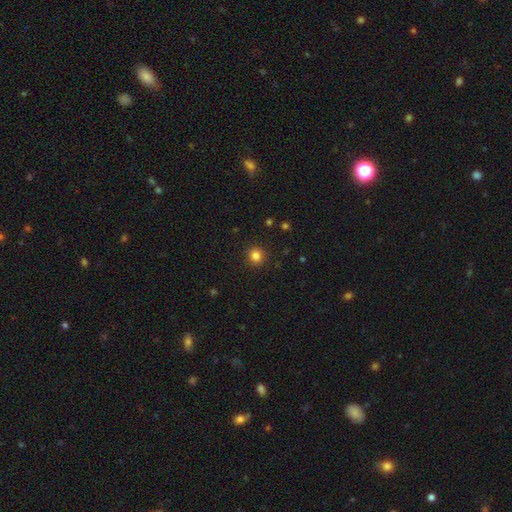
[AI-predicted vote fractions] smooth-or-featured: smooth: 83% | star or artifact: 12% | featured or disk: 4%
  how-rounded: round: 91% | in between: 8% | cigar-shaped: 1%
  merging: none: 91% | minor disturbance: 6% | major disturbance: 2% | merger: 1%